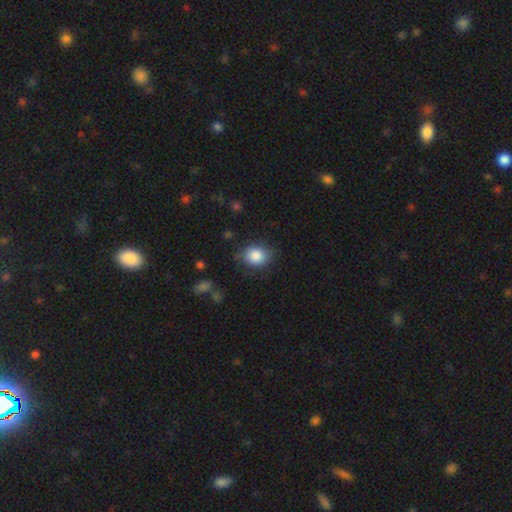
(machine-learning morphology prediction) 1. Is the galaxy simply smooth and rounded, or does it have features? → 86% smooth, 8% star or artifact, 6% featured or disk.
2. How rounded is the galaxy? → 55% round, 44% in between, 1% cigar-shaped.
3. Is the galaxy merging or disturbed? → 78% none, 17% minor disturbance, 4% major disturbance, 2% merger.